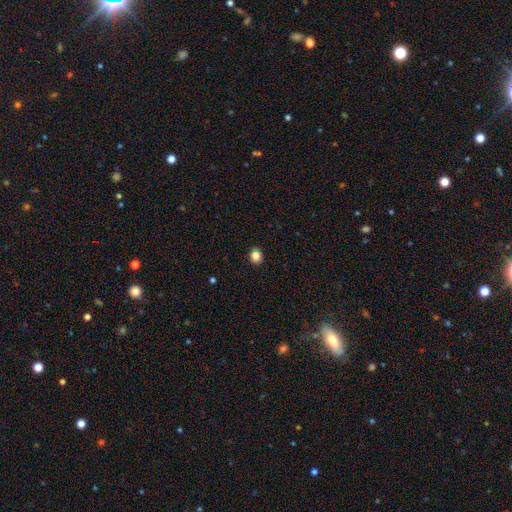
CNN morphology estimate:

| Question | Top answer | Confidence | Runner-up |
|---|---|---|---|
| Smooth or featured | smooth | 83% | star or artifact (12%) |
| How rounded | round | 81% | in between (18%) |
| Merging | none | 88% | minor disturbance (8%) |